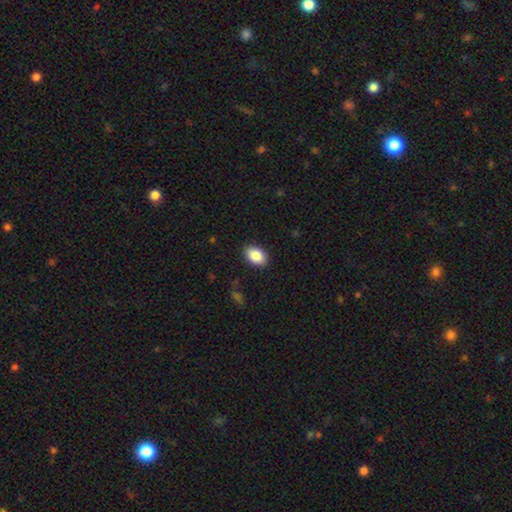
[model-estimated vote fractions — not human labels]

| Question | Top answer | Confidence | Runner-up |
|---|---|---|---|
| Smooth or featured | smooth | 86% | star or artifact (7%) |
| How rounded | in between | 87% | round (12%) |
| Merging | none | 89% | minor disturbance (8%) |